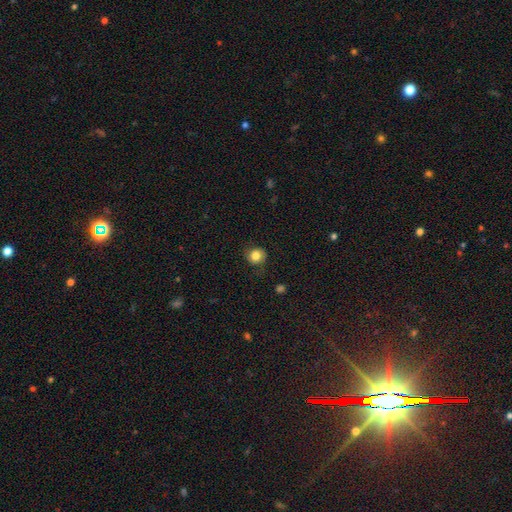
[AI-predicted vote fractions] Morphology: type=smooth (82%); roundness=round (84%); merging=none (78%).